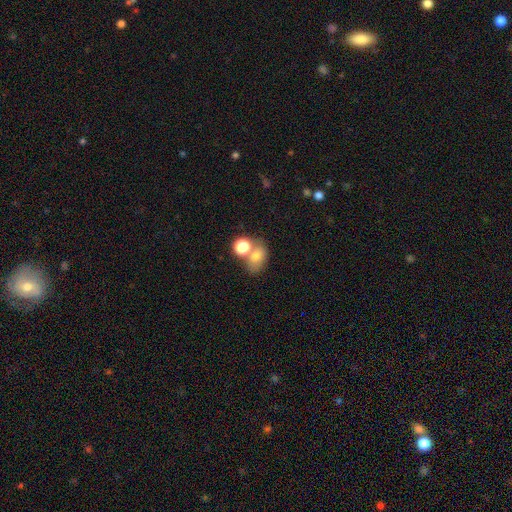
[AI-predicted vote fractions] Q: Smooth or featured?
A: smooth (74%); runner-up: featured or disk (13%)
Q: How rounded?
A: in between (65%); runner-up: round (34%)
Q: Merging?
A: merger (43%); runner-up: none (39%)